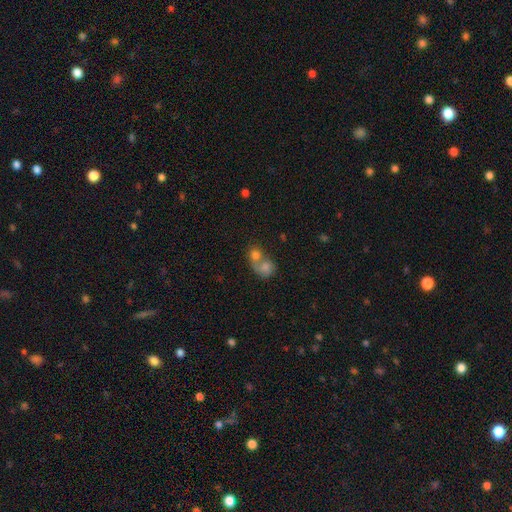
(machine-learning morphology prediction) smooth_or_featured: smooth (p=0.58) [alt: featured or disk p=0.22]
how_rounded: round (p=0.70) [alt: in between p=0.28]
merging: merger (p=0.59) [alt: none p=0.29]